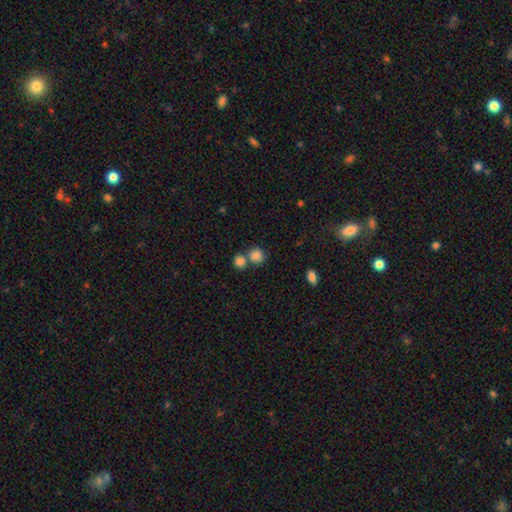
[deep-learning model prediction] The model was most divided on "merging": none: 52%, merger: 37%, minor disturbance: 9%, major disturbance: 3%. More confident: smooth or featured — smooth (84%); how rounded — round (83%).